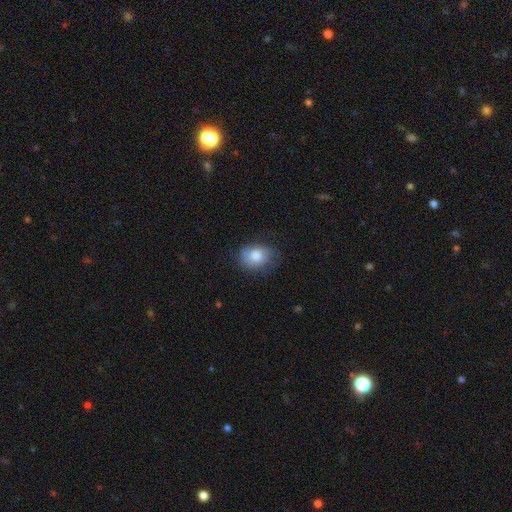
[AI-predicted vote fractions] Smooth or featured?
  - smooth: 79% *
  - featured or disk: 13%
  - star or artifact: 8%
How rounded?
  - in between: 61% *
  - round: 38%
  - cigar-shaped: 1%
Merging?
  - none: 65% *
  - minor disturbance: 26%
  - major disturbance: 8%
  - merger: 1%